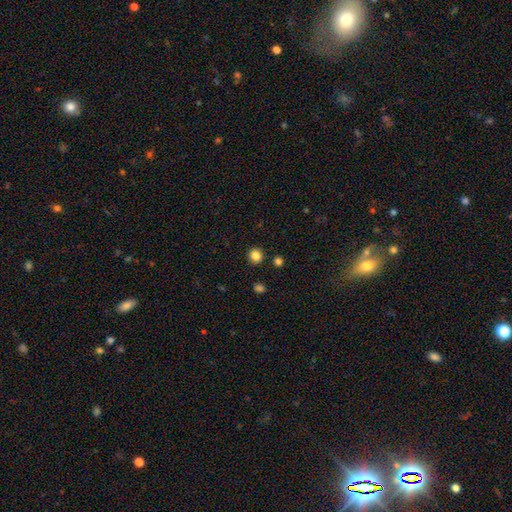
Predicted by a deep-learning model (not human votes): Overall: smooth (84%). How rounded: round (92%). Merging: none (91%).